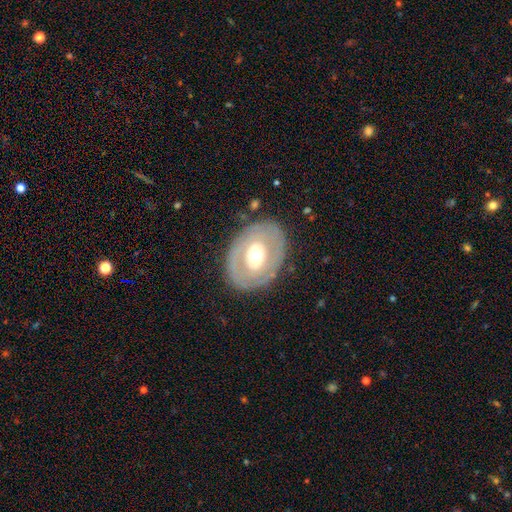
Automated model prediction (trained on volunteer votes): A featured or disk galaxy (59%) with no bar (71%), no spiral arms (78%) and a moderate central bulge (65%). Merging: none (80%).